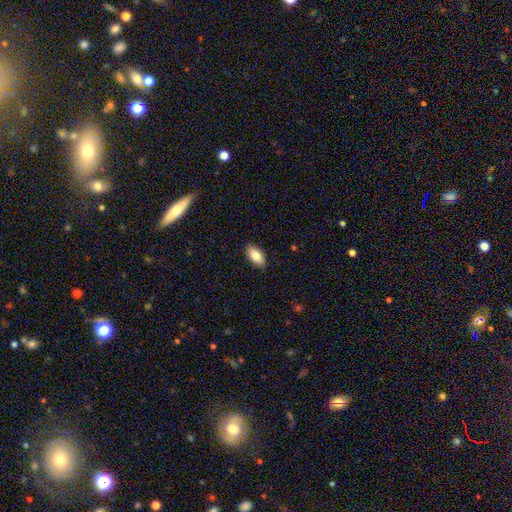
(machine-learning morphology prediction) Q: Smooth or featured?
A: smooth (81%); runner-up: featured or disk (12%)
Q: How rounded?
A: in between (91%); runner-up: cigar-shaped (6%)
Q: Merging?
A: none (89%); runner-up: minor disturbance (8%)